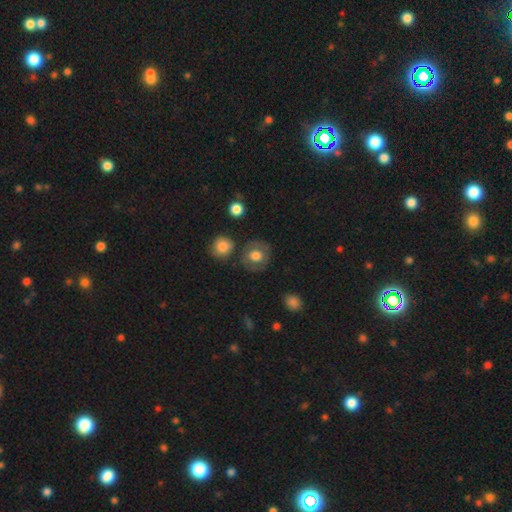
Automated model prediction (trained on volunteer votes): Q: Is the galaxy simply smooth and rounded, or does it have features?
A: smooth — 64%.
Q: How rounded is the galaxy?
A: round — 82%.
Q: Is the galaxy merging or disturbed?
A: none — 77%.